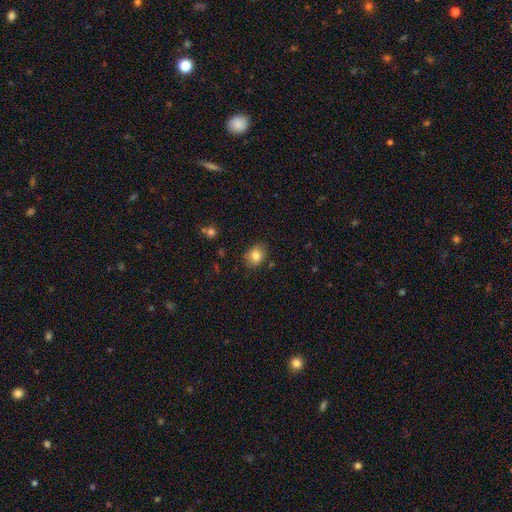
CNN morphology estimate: The model was most divided on "how rounded": in between: 50%, round: 49%, cigar-shaped: 1%. More confident: smooth or featured — smooth (82%); merging — none (81%).